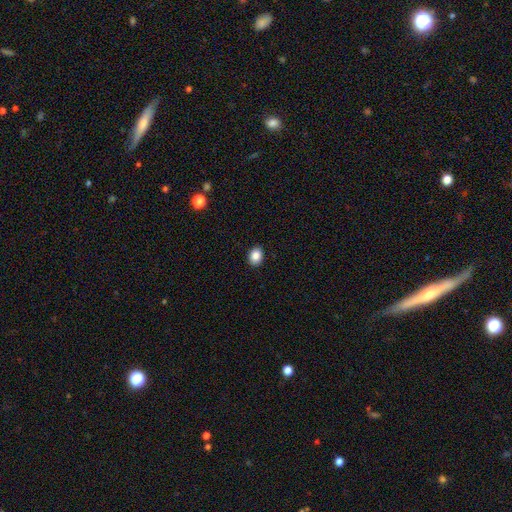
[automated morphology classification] A smooth galaxy with no disk features (87%) that is in between round and cigar-shaped (66%). Merging: none (90%).